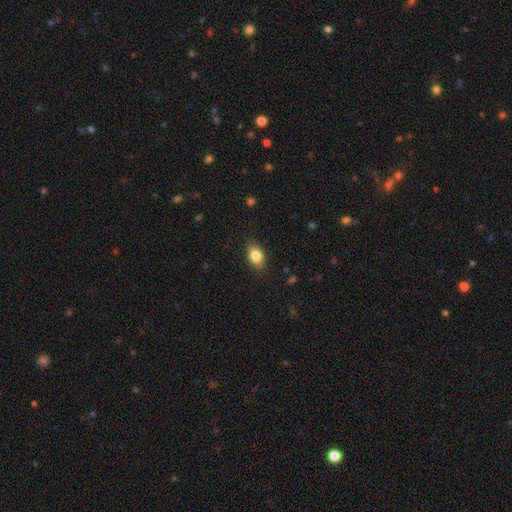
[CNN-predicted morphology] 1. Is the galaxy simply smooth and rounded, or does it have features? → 84% smooth, 8% star or artifact, 7% featured or disk.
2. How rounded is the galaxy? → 81% in between, 17% round, 2% cigar-shaped.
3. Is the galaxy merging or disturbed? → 84% none, 12% minor disturbance, 3% major disturbance, 1% merger.